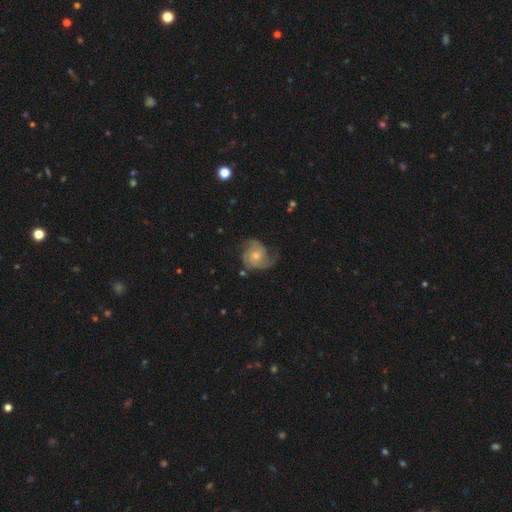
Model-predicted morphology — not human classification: The model was most divided on "spiral winding": medium: 43%, tight: 42%, loose: 14%. Remaining: edge-on disk — no (98%); spiral arms — yes (96%); smooth or featured — featured or disk (84%); bar — no (75%); merging — none (64%); bulge size — moderate (52%); spiral arm count — 3 (39%).